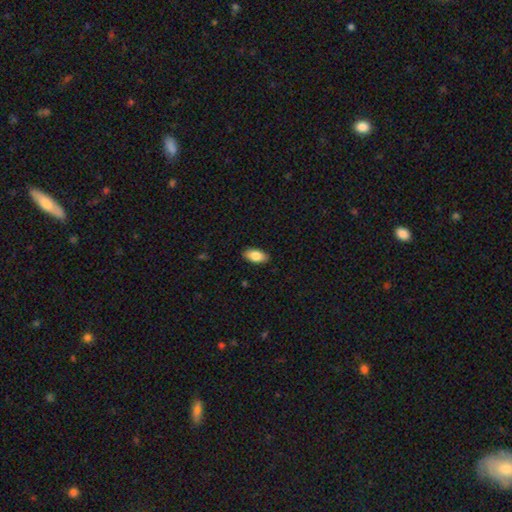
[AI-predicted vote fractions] Smooth or featured? Predicted: smooth (p=0.84). How rounded? Predicted: in between (p=0.92). Merging? Predicted: none (p=0.88).